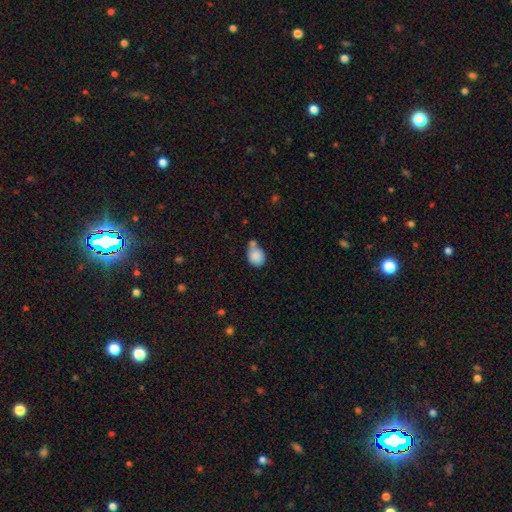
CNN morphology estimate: A smooth galaxy with no disk features (85%) that is round (62%). Merging: none (41%).